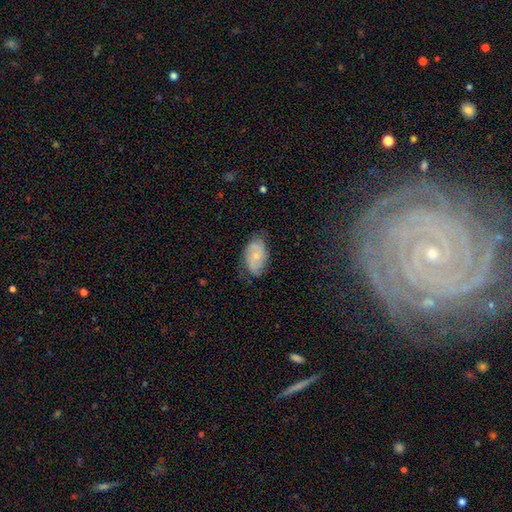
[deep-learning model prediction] A featured or disk galaxy (60%) with no bar (70%), spiral arms (86%) and a small central bulge (66%).

Vote fractions:
- Smooth or featured? featured or disk: 60% / smooth: 32% / star or artifact: 8%
- Edge-on disk? no: 96% / yes: 4%
- Bar? no: 70% / weak: 26% / strong: 4%
- Spiral arms? yes: 86% / no: 14%
- Bulge size? small: 66% / moderate: 28% / none: 3% / large: 1% / dominant: 1%
- Merging? none: 67% / minor disturbance: 25% / major disturbance: 7% / merger: 1%